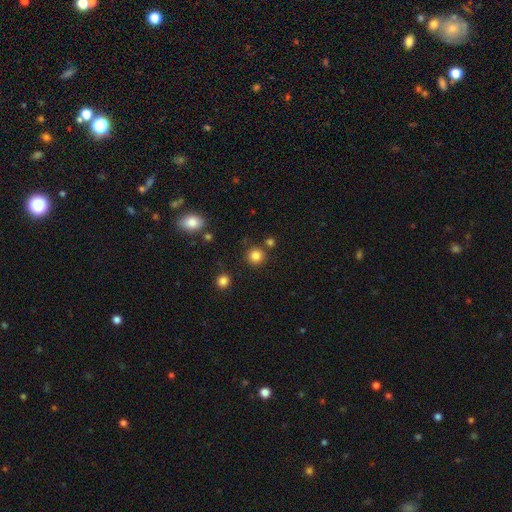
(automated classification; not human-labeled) A smooth galaxy with no disk features (83%) that is round (93%). Merging: none (84%).